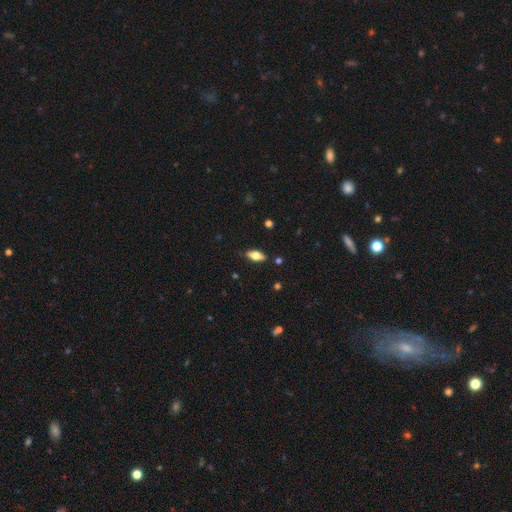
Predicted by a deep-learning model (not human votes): smooth_or_featured: smooth (p=0.61) [alt: featured or disk p=0.32]
how_rounded: in between (p=0.80) [alt: cigar-shaped p=0.17]
merging: none (p=0.84) [alt: minor disturbance p=0.12]